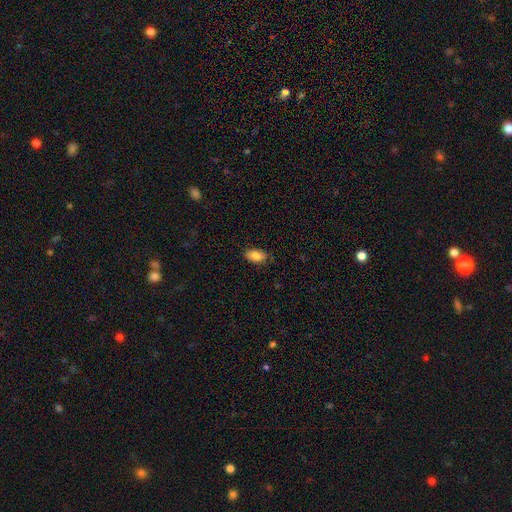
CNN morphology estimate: smooth 83%, featured or disk 9%, star or artifact 8%. Down the decision tree: how rounded — in between (91%); merging — none (84%).